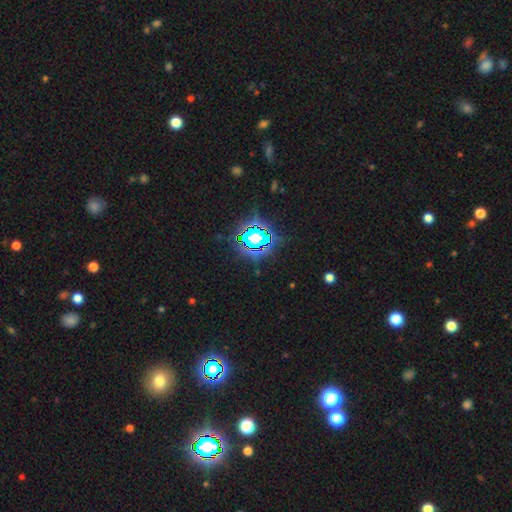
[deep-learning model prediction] Smooth or featured: star or artifact — 80% (smooth — 12%)